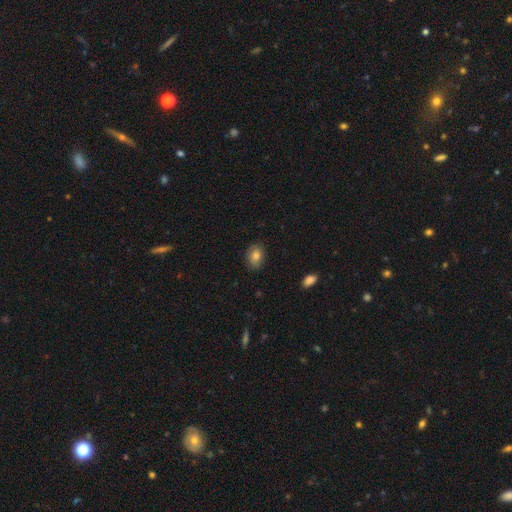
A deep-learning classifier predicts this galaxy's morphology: smooth_or_featured: smooth (p=0.81) [alt: featured or disk p=0.10]
how_rounded: in between (p=0.72) [alt: round p=0.27]
merging: none (p=0.84) [alt: minor disturbance p=0.13]